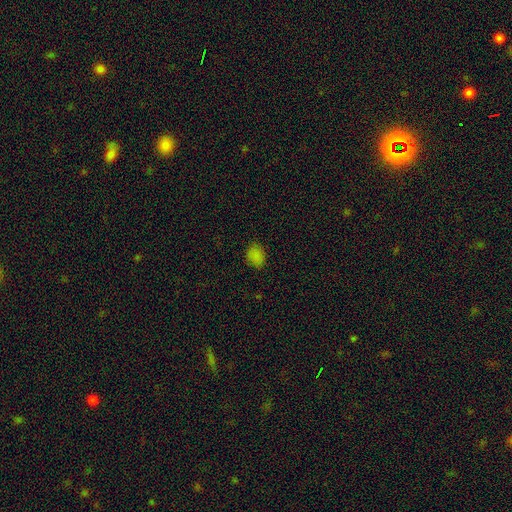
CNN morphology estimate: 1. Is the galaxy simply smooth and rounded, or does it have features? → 80% smooth, 16% star or artifact, 4% featured or disk.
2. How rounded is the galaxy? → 61% in between, 38% round, 1% cigar-shaped.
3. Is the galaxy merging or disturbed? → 81% none, 15% minor disturbance, 3% major disturbance, 1% merger.